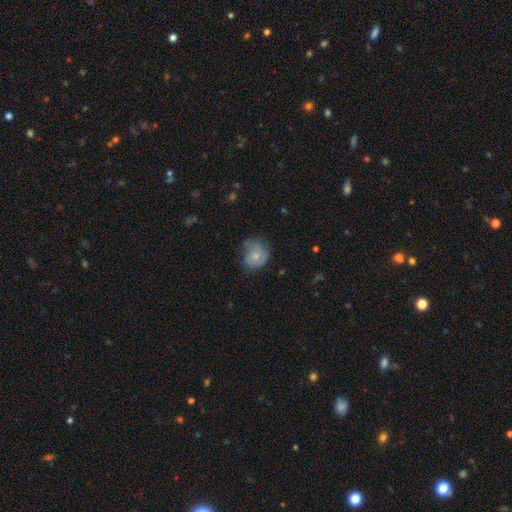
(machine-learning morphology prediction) Smooth or featured? smooth (67%)
How rounded? round (67%)
Merging? none (45%)